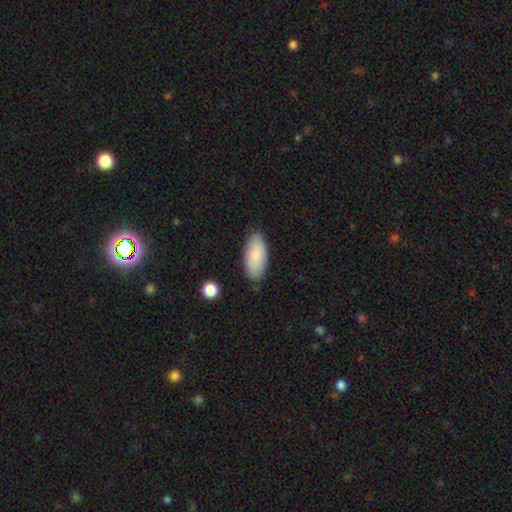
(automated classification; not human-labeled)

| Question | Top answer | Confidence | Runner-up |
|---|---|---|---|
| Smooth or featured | smooth | 85% | featured or disk (9%) |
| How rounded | in between | 90% | cigar-shaped (8%) |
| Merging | none | 82% | minor disturbance (13%) |